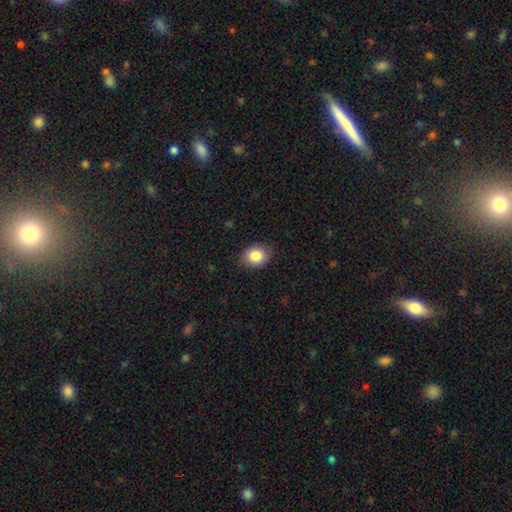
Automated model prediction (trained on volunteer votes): Smooth or featured? smooth (85%)
How rounded? round (60%)
Merging? none (86%)